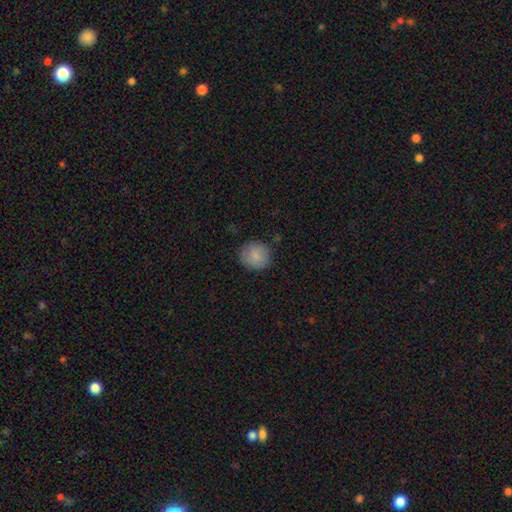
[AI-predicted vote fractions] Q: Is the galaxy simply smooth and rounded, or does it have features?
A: smooth — 86%.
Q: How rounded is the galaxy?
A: round — 90%.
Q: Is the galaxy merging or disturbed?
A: none — 86%.